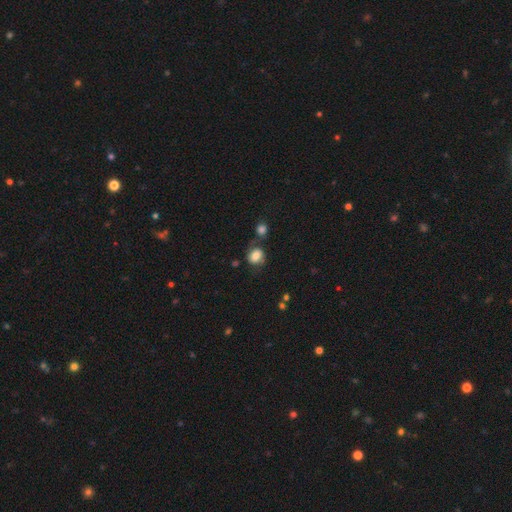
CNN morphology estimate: A smooth galaxy with no disk features (75%) that is round (62%).

Vote fractions:
- Smooth or featured? smooth: 75% / featured or disk: 15% / star or artifact: 10%
- How rounded? round: 62% / in between: 37% / cigar-shaped: 1%
- Merging? none: 51% / minor disturbance: 21% / merger: 18% / major disturbance: 11%